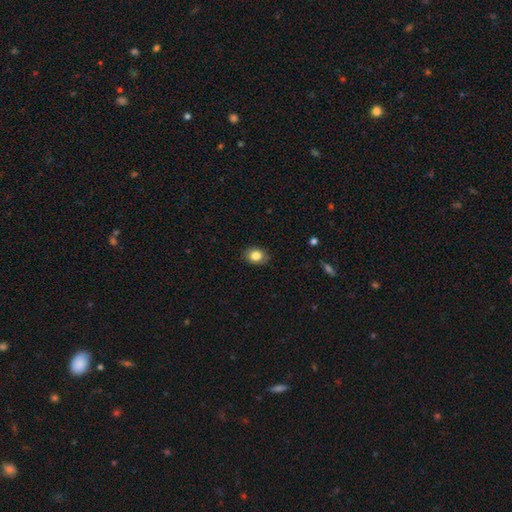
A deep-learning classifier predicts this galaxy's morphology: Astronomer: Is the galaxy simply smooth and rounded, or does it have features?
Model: smooth — 84%.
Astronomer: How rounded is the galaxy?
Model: in between — 57% (runner-up: round, 42%).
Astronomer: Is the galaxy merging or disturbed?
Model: none — 86%.